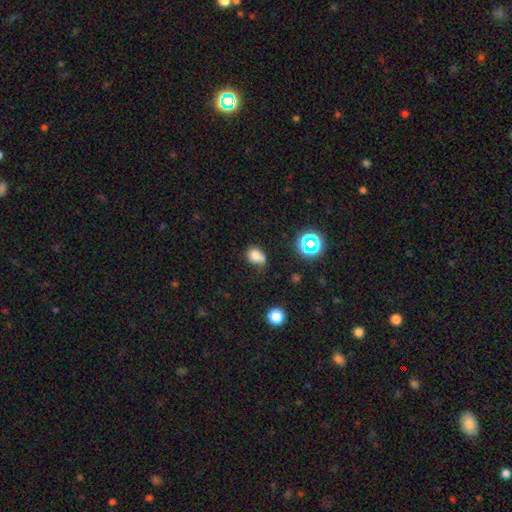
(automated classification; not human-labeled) The model was most divided on "how rounded": round: 51%, in between: 48%, cigar-shaped: 1%. Remaining: smooth or featured — smooth (74%); merging — none (44%).